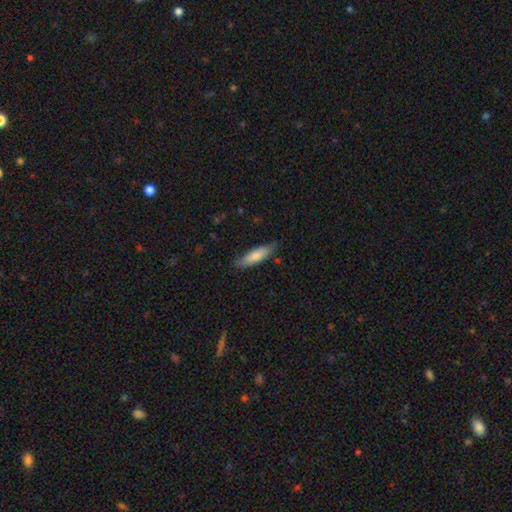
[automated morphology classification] A smooth galaxy with no disk features (78%) that is cigar-shaped (55%).

Vote fractions:
- Smooth or featured? smooth: 78% / featured or disk: 17% / star or artifact: 6%
- How rounded? cigar-shaped: 55% / in between: 44% / round: 2%
- Merging? none: 78% / minor disturbance: 18% / major disturbance: 3% / merger: 2%